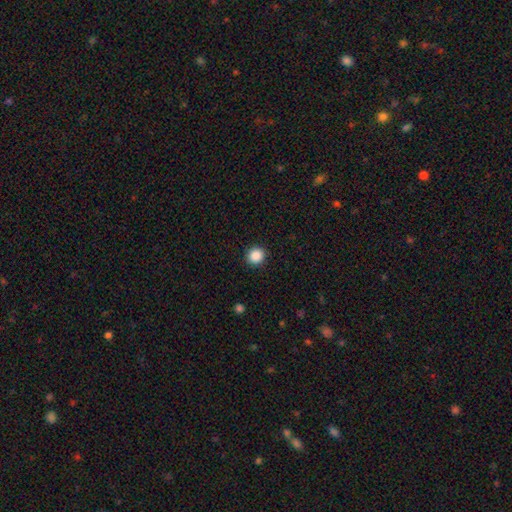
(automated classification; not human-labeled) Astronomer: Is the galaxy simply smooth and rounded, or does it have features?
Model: smooth — 88%.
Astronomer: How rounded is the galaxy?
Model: round — 92%.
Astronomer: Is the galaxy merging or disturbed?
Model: none — 92%.